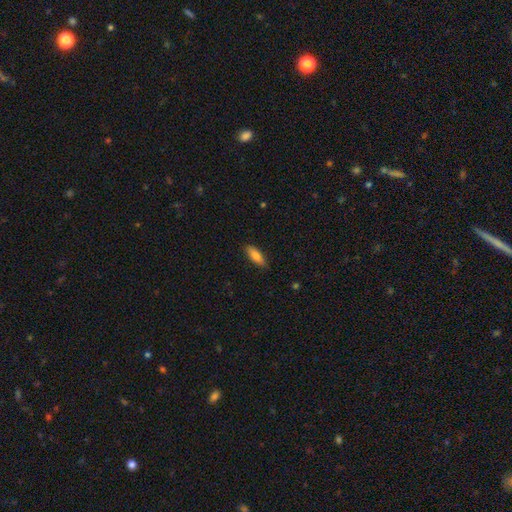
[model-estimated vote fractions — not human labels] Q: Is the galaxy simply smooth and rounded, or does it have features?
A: smooth — 78%.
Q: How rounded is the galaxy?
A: in between — 57%.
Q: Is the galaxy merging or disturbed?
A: none — 86%.